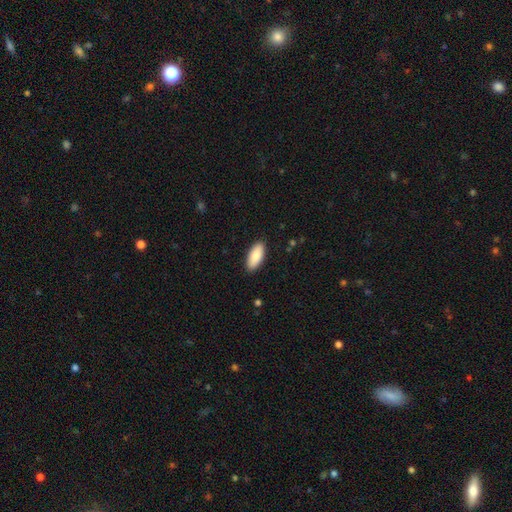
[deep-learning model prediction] Smooth or featured: smooth — 88% (featured or disk — 6%)
How rounded: in between — 87% (cigar-shaped — 11%)
Merging: none — 89% (minor disturbance — 8%)